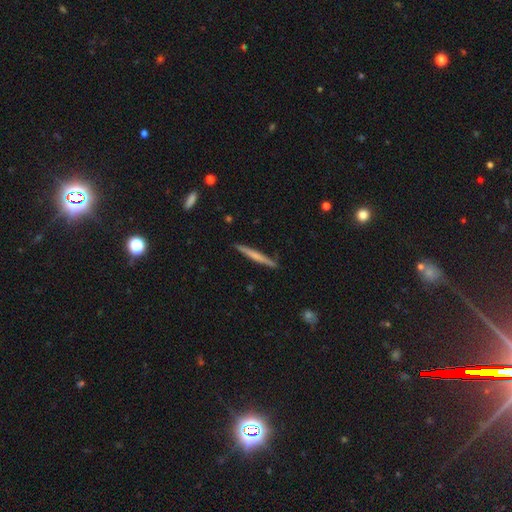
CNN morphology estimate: Smooth or featured: smooth — 49% (featured or disk — 45%)
Merging: none — 91% (minor disturbance — 6%)